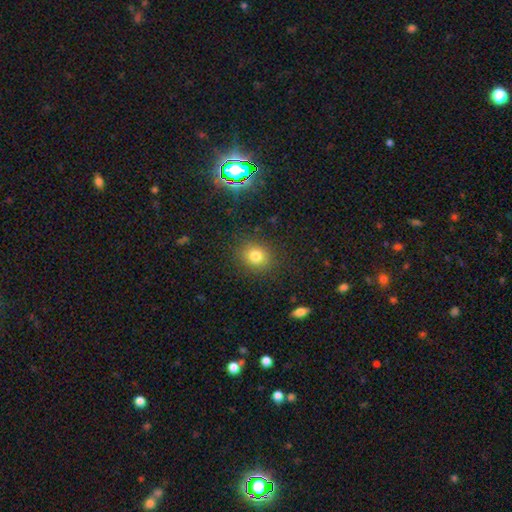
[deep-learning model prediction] A smooth galaxy with no disk features (77%) that is round (72%).

Vote fractions:
- Smooth or featured? smooth: 77% / star or artifact: 15% / featured or disk: 8%
- How rounded? round: 72% / in between: 27% / cigar-shaped: 1%
- Merging? none: 87% / minor disturbance: 9% / major disturbance: 3% / merger: 1%